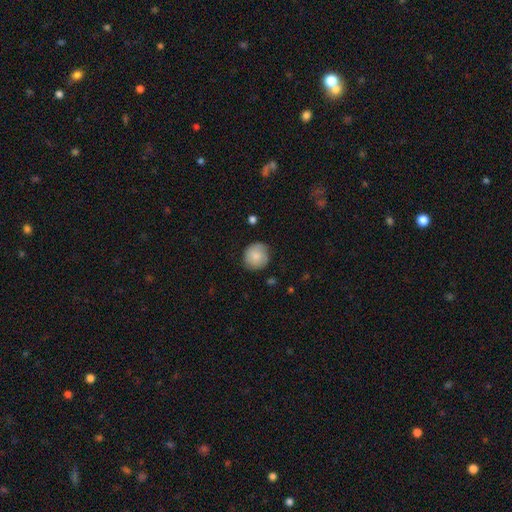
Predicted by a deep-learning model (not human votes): Smooth or featured? Predicted: smooth (p=0.82). How rounded? Predicted: round (p=0.92). Merging? Predicted: none (p=0.80).